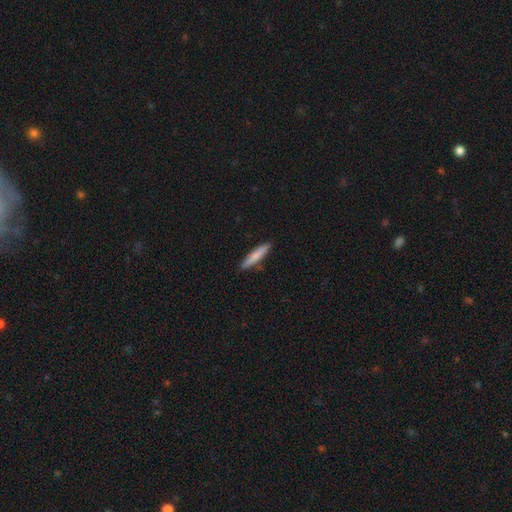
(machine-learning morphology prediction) smooth-or-featured: smooth: 75% | featured or disk: 19% | star or artifact: 5%
  how-rounded: cigar-shaped: 90% | in between: 9% | round: 1%
  merging: none: 87% | minor disturbance: 9% | merger: 2% | major disturbance: 2%